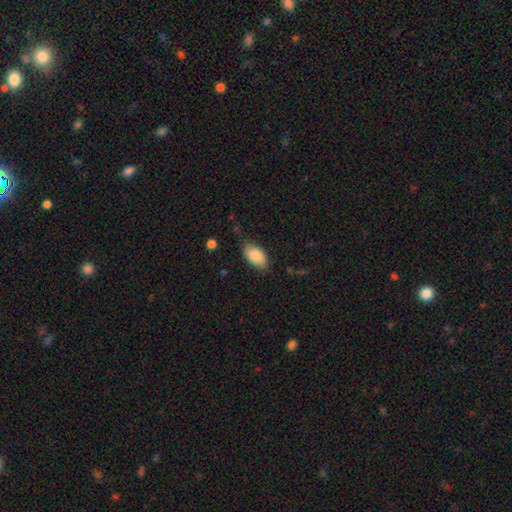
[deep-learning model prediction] Smooth or featured: smooth — 85% (featured or disk — 8%)
How rounded: in between — 94% (round — 4%)
Merging: none — 75% (minor disturbance — 19%)